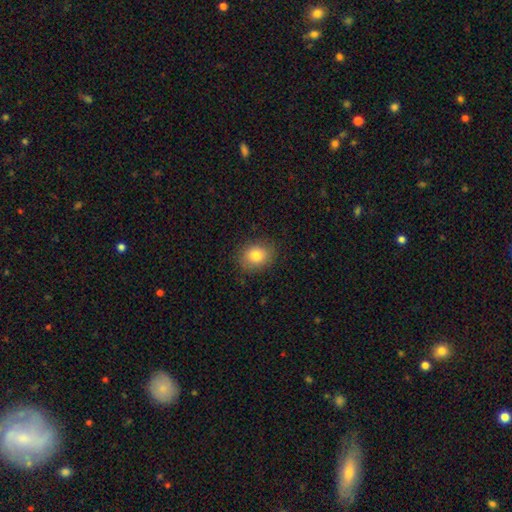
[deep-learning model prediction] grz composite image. It shows a smooth galaxy with no disk features (81%) that is round (57%). Merging: none (85%).